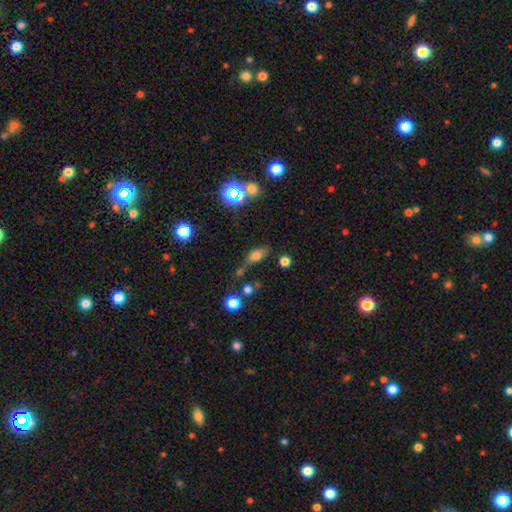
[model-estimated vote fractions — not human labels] This is likely a smooth galaxy (70%). How rounded: likely in between (78%). Merging: possibly none (56%).